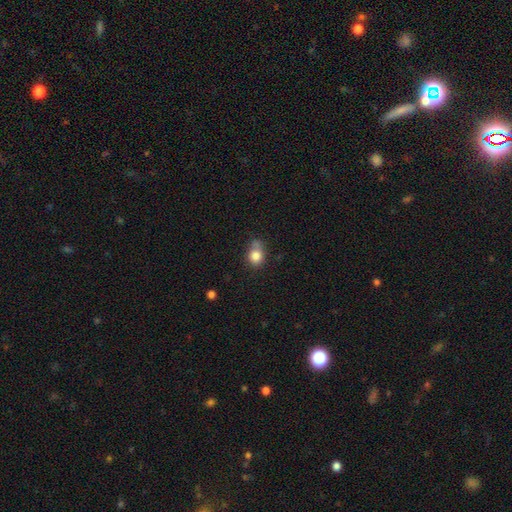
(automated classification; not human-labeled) smooth_or_featured: smooth (p=0.82) [alt: star or artifact p=0.10]
how_rounded: round (p=0.66) [alt: in between p=0.33]
merging: none (p=0.52) [alt: minor disturbance p=0.26]